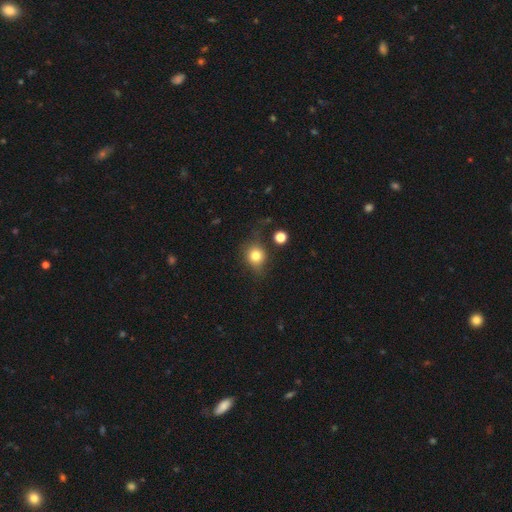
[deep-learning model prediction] A smooth galaxy with no disk features (77%) that is round (74%). Merging: none (65%).